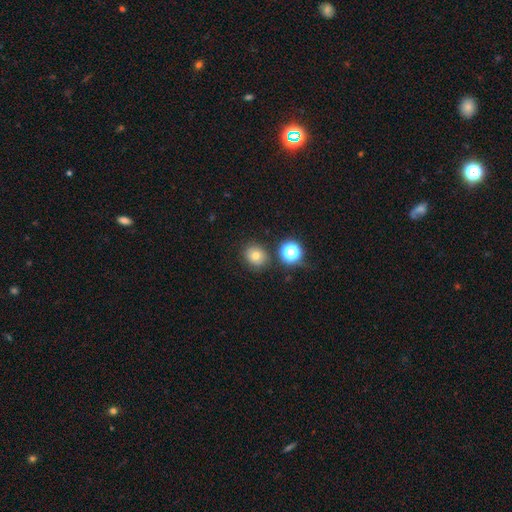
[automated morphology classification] A smooth galaxy with no disk features (70%) that is round (79%).

Vote fractions:
- Smooth or featured? smooth: 70% / star or artifact: 18% / featured or disk: 12%
- How rounded? round: 79% / in between: 21% / cigar-shaped: 1%
- Merging? none: 82% / minor disturbance: 10% / merger: 5% / major disturbance: 3%